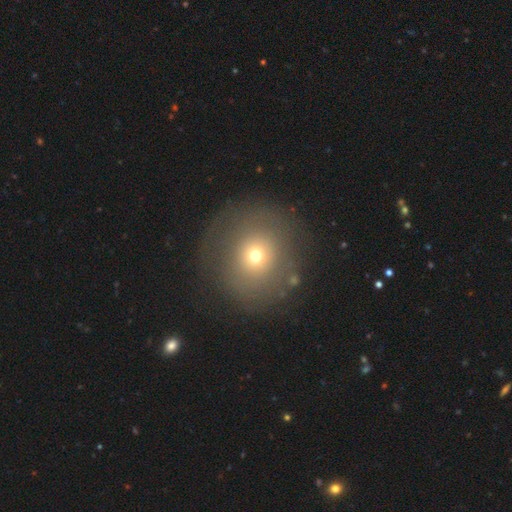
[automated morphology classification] smooth_or_featured: smooth (p=0.64) [alt: featured or disk p=0.20]
how_rounded: round (p=0.85) [alt: in between p=0.15]
merging: none (p=0.73) [alt: minor disturbance p=0.14]